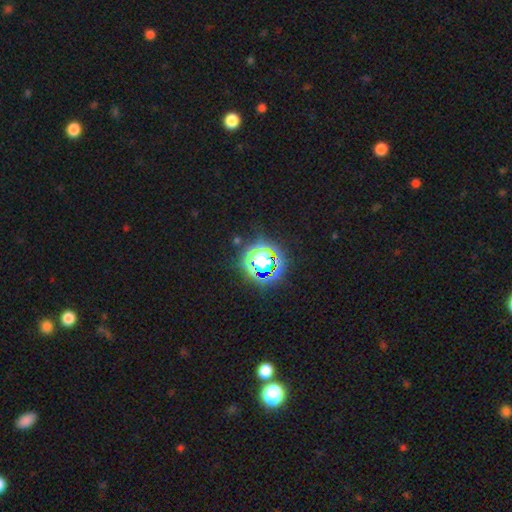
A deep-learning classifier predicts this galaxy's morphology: Smooth or featured? Predicted: star or artifact (p=0.76).